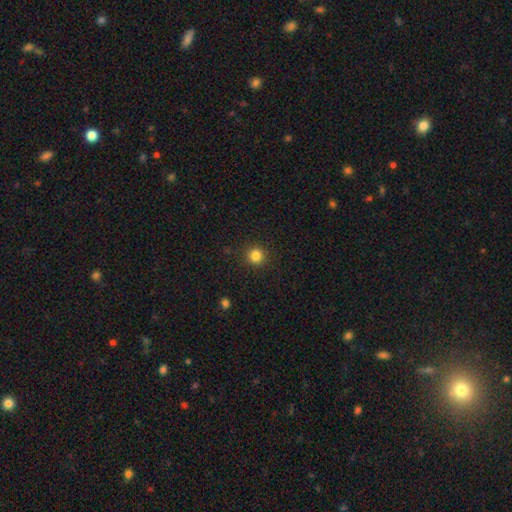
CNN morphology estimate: Overall: smooth (83%). How rounded: round (92%). Merging: none (91%).